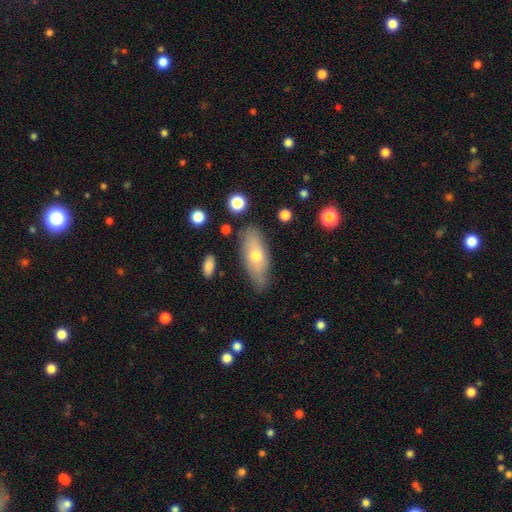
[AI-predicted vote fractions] This is likely a smooth galaxy (60%). How rounded: likely in between (76%). Merging: likely none (75%).